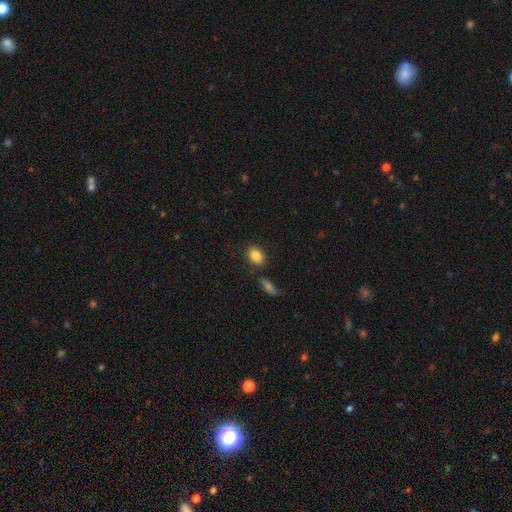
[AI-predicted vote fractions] Smooth or featured? Predicted: smooth (p=0.85). How rounded? Predicted: in between (p=0.74). Merging? Predicted: none (p=0.80).